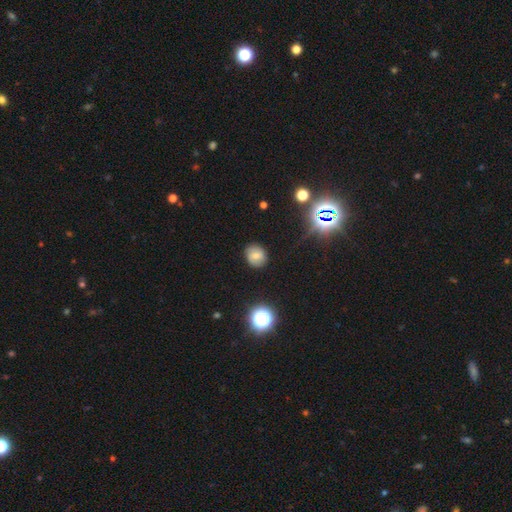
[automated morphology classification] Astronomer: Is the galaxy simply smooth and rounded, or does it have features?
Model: smooth — 62%.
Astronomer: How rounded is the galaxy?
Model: round — 75%.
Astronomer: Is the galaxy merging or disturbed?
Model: none — 85%.